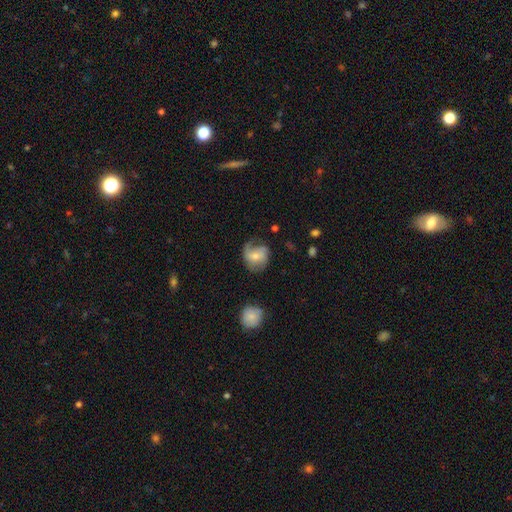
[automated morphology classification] featured or disk 51%, smooth 41%, star or artifact 8%. Down the decision tree: edge-on disk — no (97%); merging — none (48%).